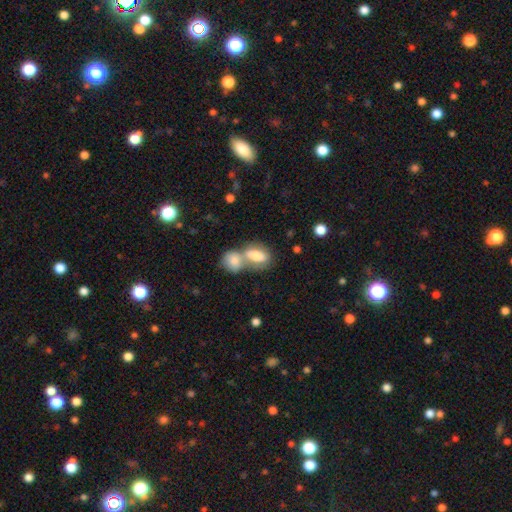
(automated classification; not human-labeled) Morphology: type=smooth (77%); roundness=in between (84%); merging=merger (63%).